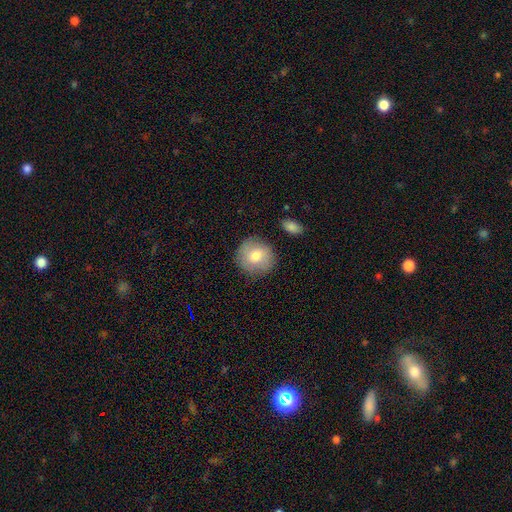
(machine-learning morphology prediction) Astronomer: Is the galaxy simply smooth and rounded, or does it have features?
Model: smooth — 76%.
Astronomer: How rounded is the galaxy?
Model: round — 88%.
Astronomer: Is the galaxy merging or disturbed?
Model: none — 81%.